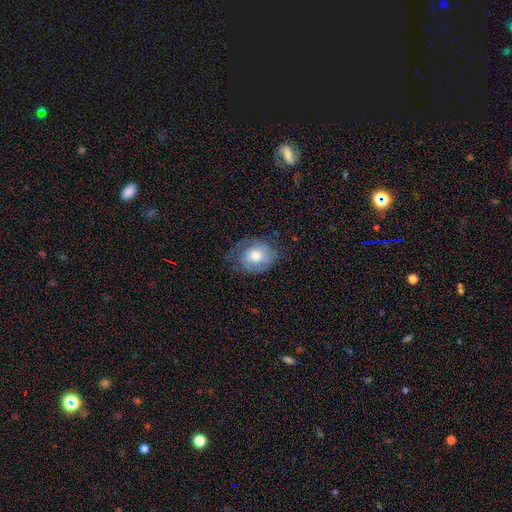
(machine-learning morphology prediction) smooth_or_featured: featured or disk (p=0.49) [alt: smooth p=0.43]
merging: none (p=0.59) [alt: minor disturbance p=0.26]